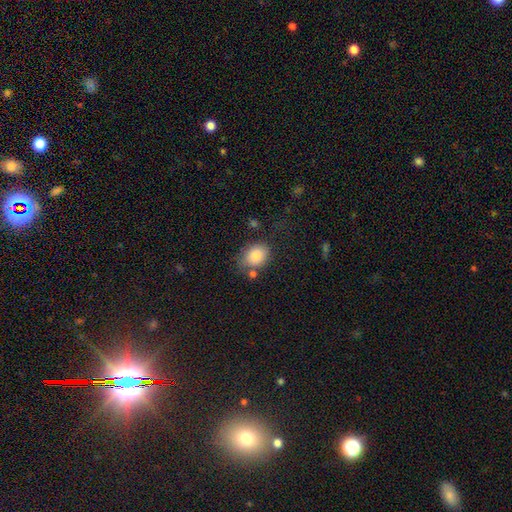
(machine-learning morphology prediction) Smooth or featured? Predicted: smooth (p=0.84). How rounded? Predicted: in between (p=0.60). Merging? Predicted: none (p=0.65).